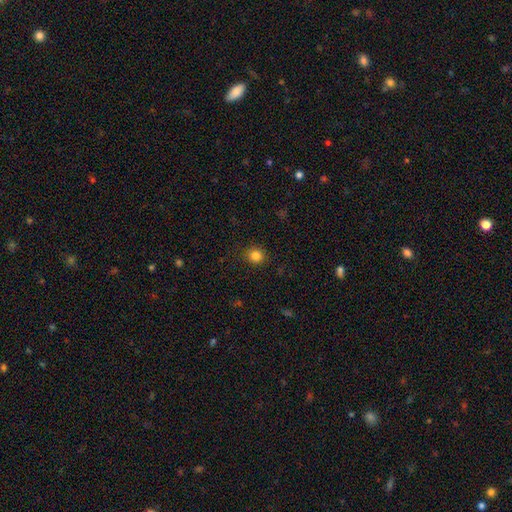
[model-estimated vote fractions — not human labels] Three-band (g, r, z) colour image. It shows a smooth galaxy with no disk features (83%) that is round (87%). Merging: none (90%).